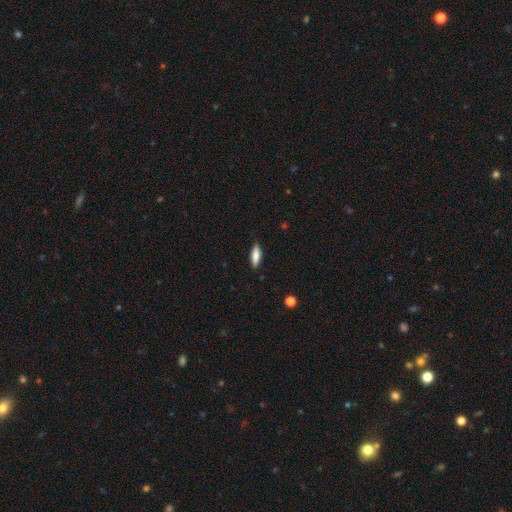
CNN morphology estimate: A smooth galaxy with no disk features (77%) that is cigar-shaped (49%, tied with in between).

Vote fractions:
- Smooth or featured? smooth: 77% / featured or disk: 17% / star or artifact: 6%
- How rounded? cigar-shaped: 49% (tied) / in between: 49% (tied) / round: 2%
- Merging? none: 88% / minor disturbance: 9% / major disturbance: 2% / merger: 1%